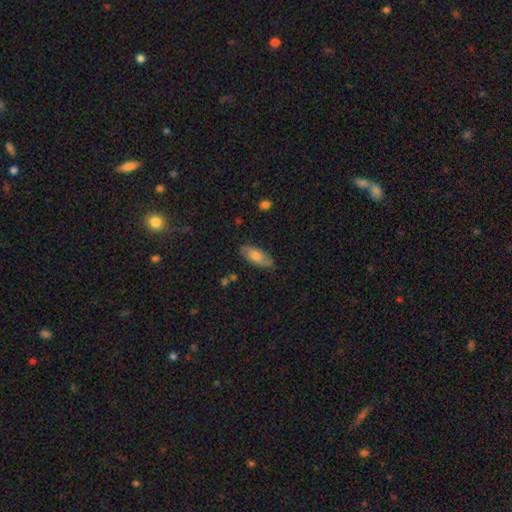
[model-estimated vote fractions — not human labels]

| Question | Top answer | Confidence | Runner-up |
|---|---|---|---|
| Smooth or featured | smooth | 65% | featured or disk (28%) |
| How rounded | in between | 80% | cigar-shaped (17%) |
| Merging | none | 79% | minor disturbance (16%) |